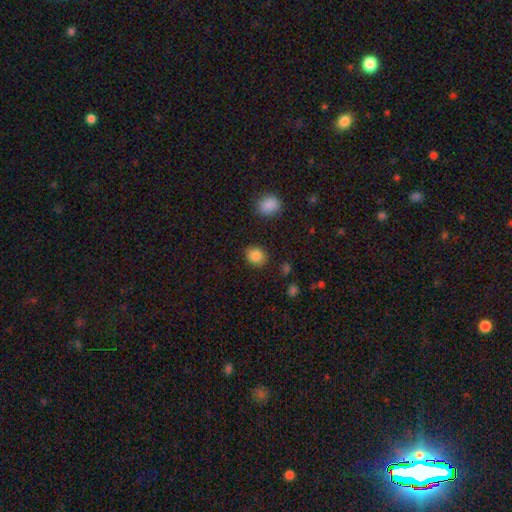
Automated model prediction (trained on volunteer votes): A smooth galaxy with no disk features (85%) that is round (59%).

Vote fractions:
- Smooth or featured? smooth: 85% / star or artifact: 9% / featured or disk: 6%
- How rounded? round: 59% / in between: 40% / cigar-shaped: 1%
- Merging? none: 86% / minor disturbance: 9% / major disturbance: 3% / merger: 2%